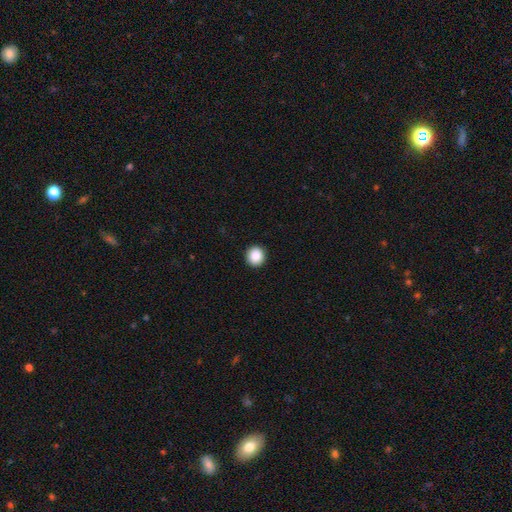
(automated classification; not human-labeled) Smooth or featured?
  - smooth: 88% *
  - star or artifact: 9%
  - featured or disk: 3%
How rounded?
  - round: 93% *
  - in between: 6%
  - cigar-shaped: 1%
Merging?
  - none: 93% *
  - minor disturbance: 5%
  - major disturbance: 2%
  - merger: 1%